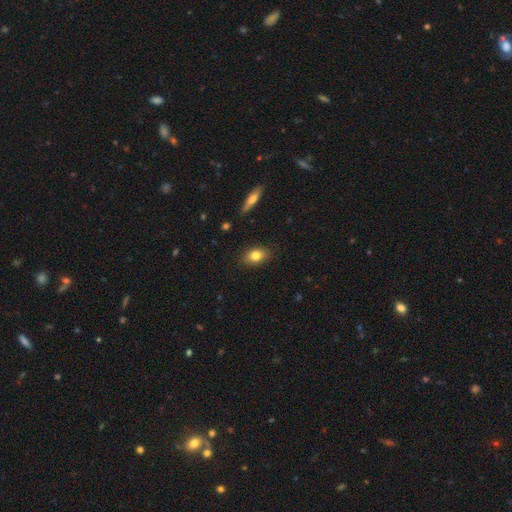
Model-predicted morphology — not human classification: A smooth galaxy with no disk features (80%) that is in between round and cigar-shaped (83%).

Vote fractions:
- Smooth or featured? smooth: 80% / featured or disk: 12% / star or artifact: 8%
- How rounded? in between: 83% / round: 14% / cigar-shaped: 3%
- Merging? none: 87% / minor disturbance: 10% / major disturbance: 2% / merger: 1%